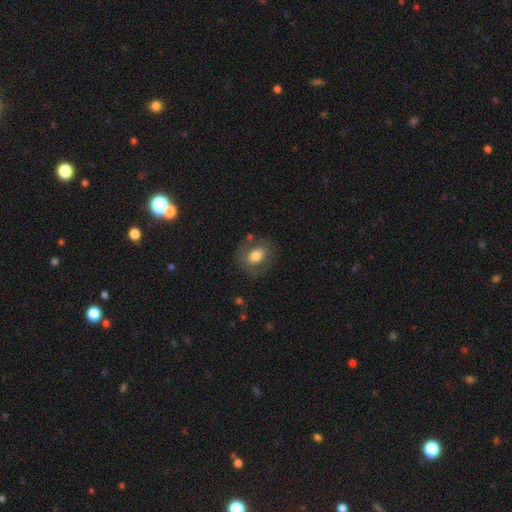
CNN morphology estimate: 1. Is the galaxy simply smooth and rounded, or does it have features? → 68% smooth, 25% featured or disk, 8% star or artifact.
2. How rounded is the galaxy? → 65% in between, 34% round, 1% cigar-shaped.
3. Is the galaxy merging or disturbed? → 74% none, 15% minor disturbance, 8% major disturbance, 3% merger.